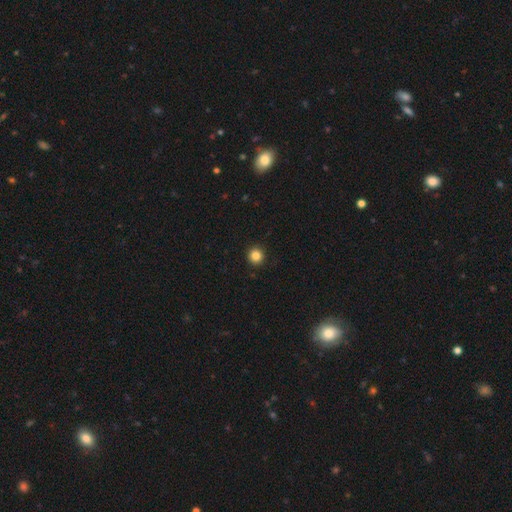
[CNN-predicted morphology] Smooth or featured? Predicted: smooth (p=0.85). How rounded? Predicted: round (p=0.95). Merging? Predicted: none (p=0.93).